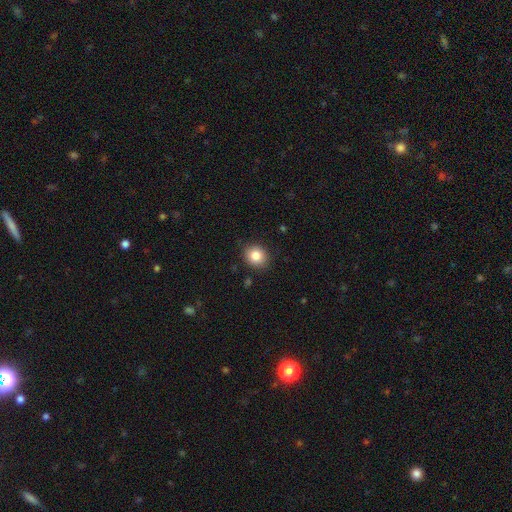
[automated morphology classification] This is clearly a smooth galaxy (84%). How rounded: likely round (78%). Merging: clearly none (86%).